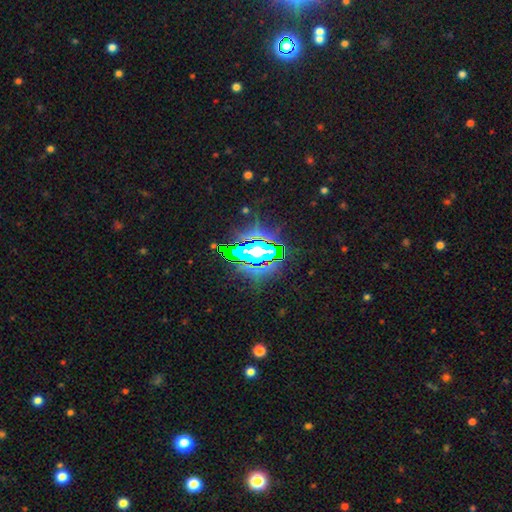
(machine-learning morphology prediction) This is clearly a star or artifact rather than a galaxy (84%).